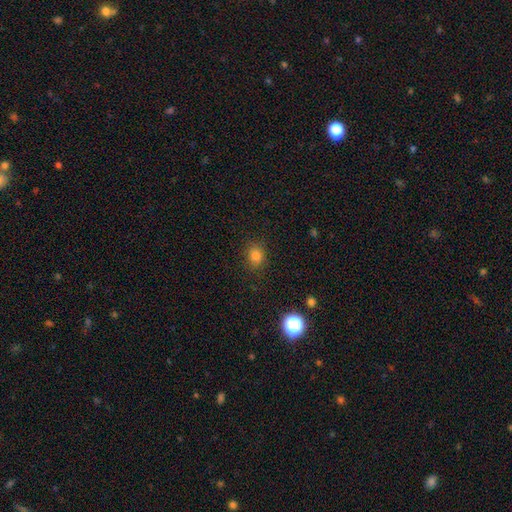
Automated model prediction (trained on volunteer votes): smooth-or-featured: smooth: 81% | star or artifact: 14% | featured or disk: 5%
  how-rounded: round: 65% | in between: 34% | cigar-shaped: 1%
  merging: none: 86% | minor disturbance: 10% | major disturbance: 3% | merger: 1%